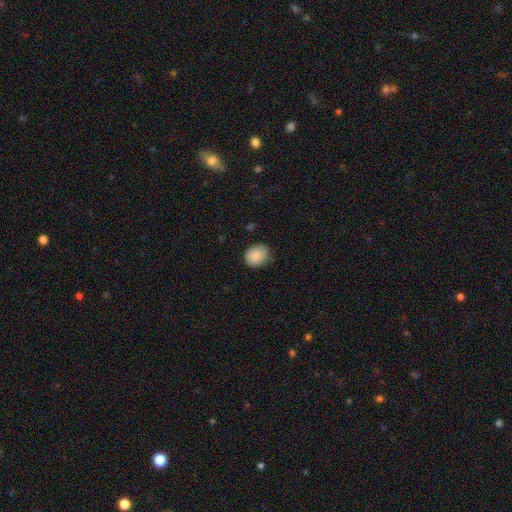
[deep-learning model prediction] This is clearly a smooth galaxy (89%). How rounded: possibly round (56%). Merging: likely none (77%).